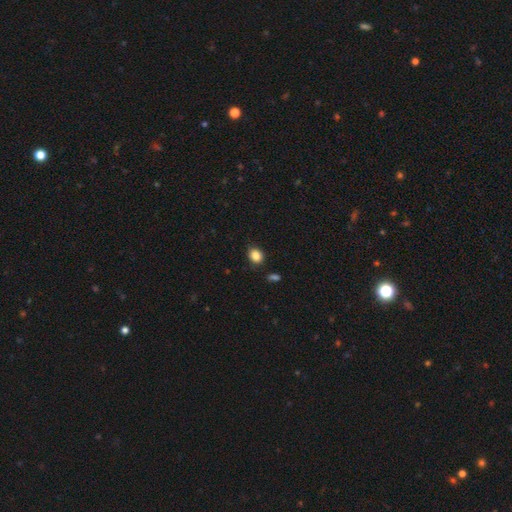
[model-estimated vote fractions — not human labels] smooth_or_featured: smooth (p=0.86) [alt: star or artifact p=0.10]
how_rounded: round (p=0.50) [alt: in between p=0.49]
merging: none (p=0.85) [alt: minor disturbance p=0.10]